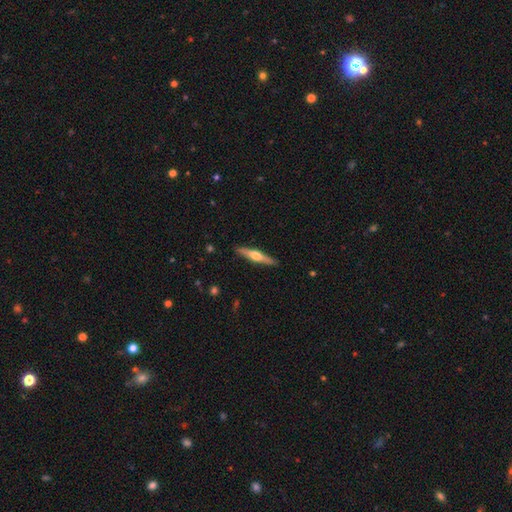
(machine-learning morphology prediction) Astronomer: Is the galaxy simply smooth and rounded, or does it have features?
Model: featured or disk — 60%.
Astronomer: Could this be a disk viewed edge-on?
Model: yes — 96%.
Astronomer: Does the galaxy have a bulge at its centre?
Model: rounded — 92%.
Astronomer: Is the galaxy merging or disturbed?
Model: none — 91%.